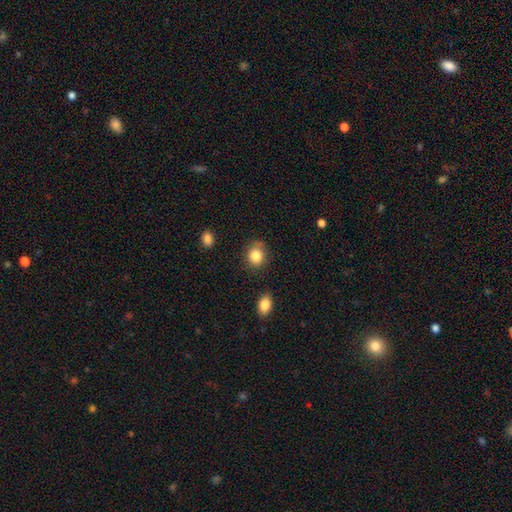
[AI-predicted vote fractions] Smooth or featured?
  - smooth: 84% *
  - star or artifact: 9%
  - featured or disk: 6%
How rounded?
  - round: 73% *
  - in between: 26%
  - cigar-shaped: 1%
Merging?
  - none: 76% *
  - minor disturbance: 17%
  - major disturbance: 4%
  - merger: 3%